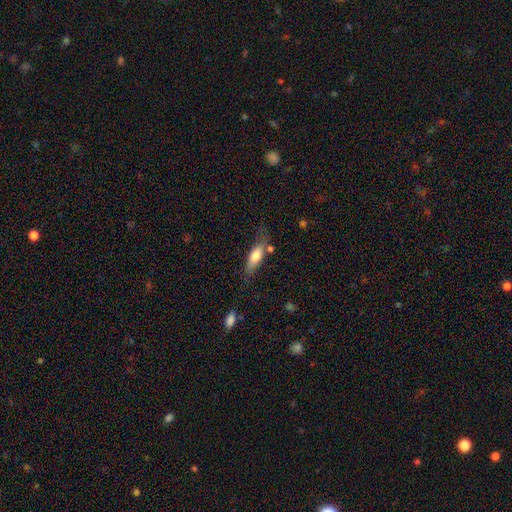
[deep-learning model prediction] The model was most divided on "how rounded": in between: 59%, cigar-shaped: 38%, round: 3%. More confident: smooth or featured — smooth (69%); merging — none (61%).